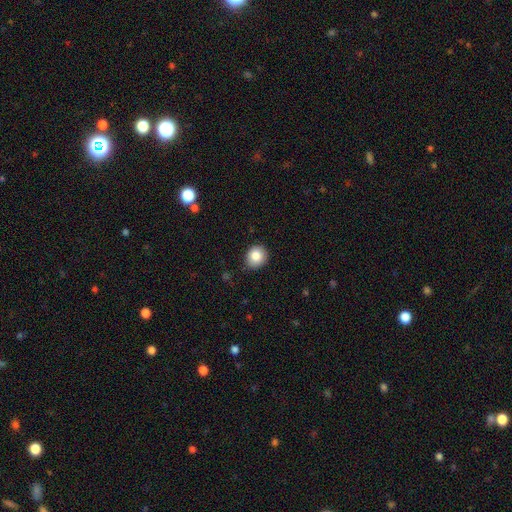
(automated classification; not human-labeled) smooth_or_featured: smooth (p=0.84) [alt: star or artifact p=0.09]
how_rounded: round (p=0.80) [alt: in between p=0.19]
merging: none (p=0.87) [alt: minor disturbance p=0.10]